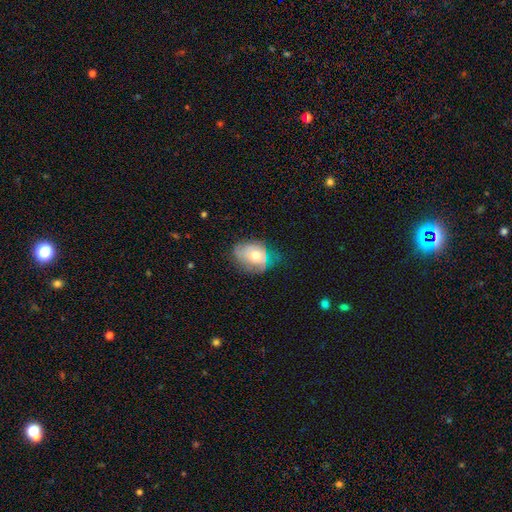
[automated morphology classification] smooth 54%, featured or disk 36%, star or artifact 10%. Down the decision tree: how rounded — in between (60%); merging — none (50%).